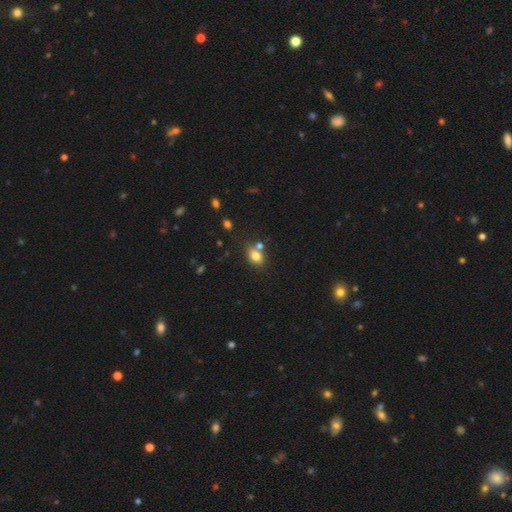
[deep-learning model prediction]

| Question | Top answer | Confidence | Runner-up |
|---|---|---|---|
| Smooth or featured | smooth | 79% | star or artifact (11%) |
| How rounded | in between | 66% | round (32%) |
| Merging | none | 61% | merger (22%) |